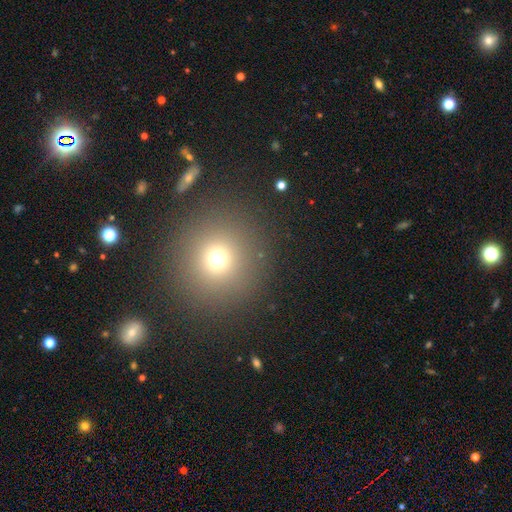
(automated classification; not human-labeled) Q: Smooth or featured?
A: smooth (63%); runner-up: star or artifact (28%)
Q: How rounded?
A: round (94%); runner-up: in between (5%)
Q: Merging?
A: none (90%); runner-up: minor disturbance (5%)